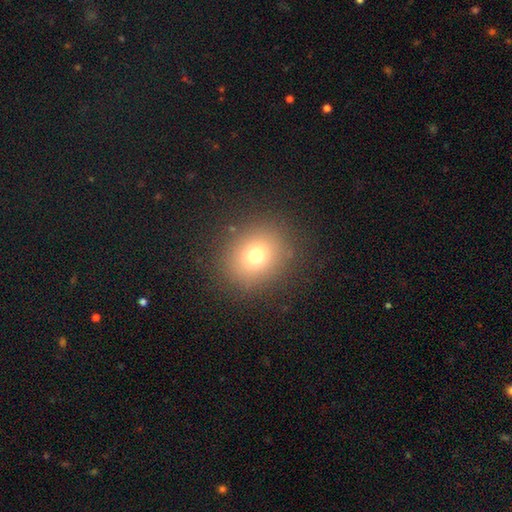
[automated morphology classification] Smooth or featured? Predicted: smooth (p=0.73). How rounded? Predicted: round (p=0.72). Merging? Predicted: none (p=0.87).